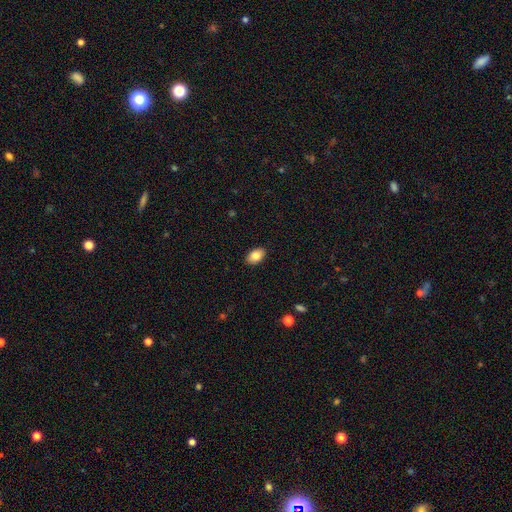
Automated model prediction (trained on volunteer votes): Smooth or featured? Predicted: smooth (p=0.84). How rounded? Predicted: in between (p=0.90). Merging? Predicted: none (p=0.89).